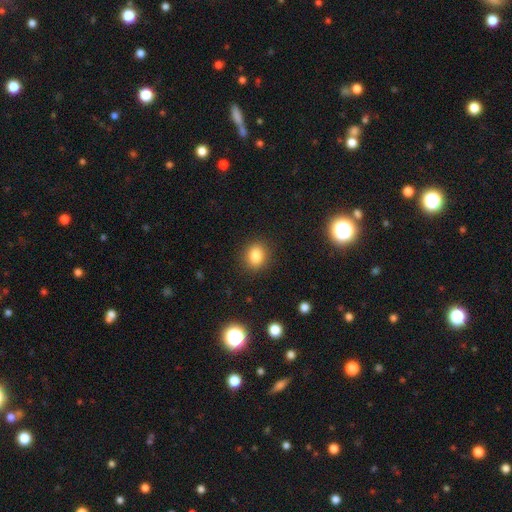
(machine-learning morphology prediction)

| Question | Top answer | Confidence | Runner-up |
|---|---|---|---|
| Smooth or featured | smooth | 84% | star or artifact (11%) |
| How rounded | round | 62% | in between (37%) |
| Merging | none | 88% | minor disturbance (8%) |